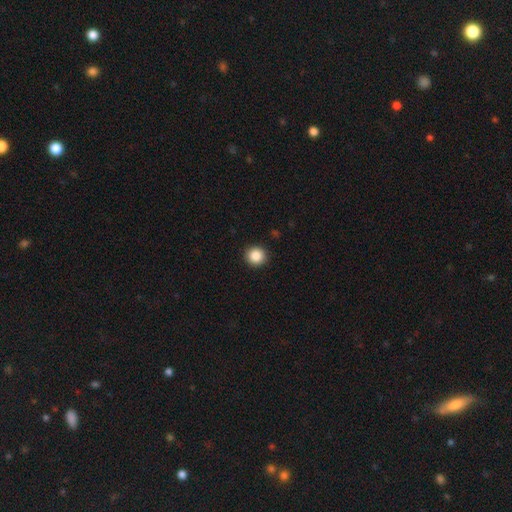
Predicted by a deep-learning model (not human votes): smooth-or-featured: smooth: 87% | star or artifact: 9% | featured or disk: 4%
  how-rounded: round: 93% | in between: 6% | cigar-shaped: 1%
  merging: none: 92% | minor disturbance: 5% | major disturbance: 2% | merger: 1%